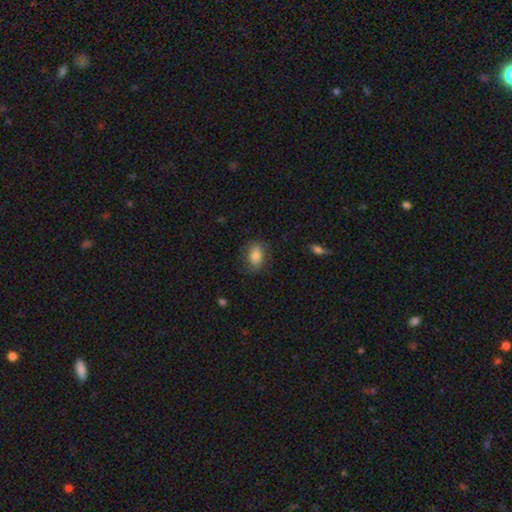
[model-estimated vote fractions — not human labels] A smooth galaxy with no disk features (76%) that is in between round and cigar-shaped (80%).

Vote fractions:
- Smooth or featured? smooth: 76% / featured or disk: 16% / star or artifact: 8%
- How rounded? in between: 80% / round: 19% / cigar-shaped: 2%
- Merging? none: 73% / minor disturbance: 18% / major disturbance: 7% / merger: 1%